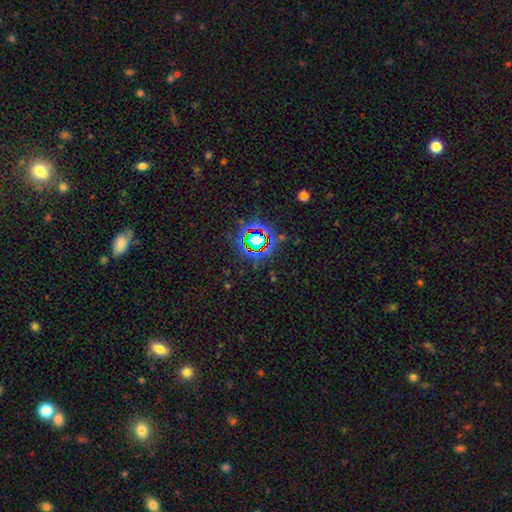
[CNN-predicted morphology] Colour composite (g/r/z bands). It shows a star or artifact, not a galaxy (78%).